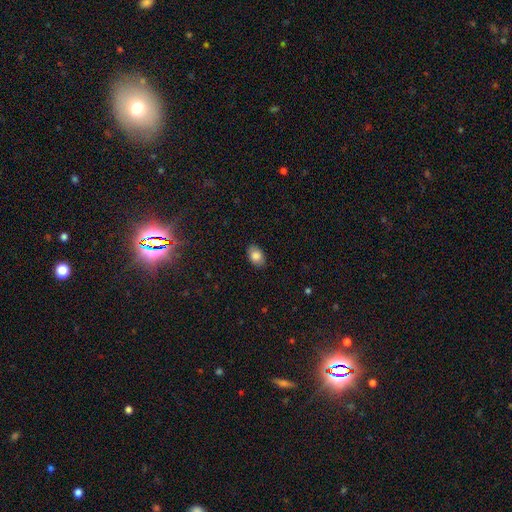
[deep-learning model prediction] This is clearly a smooth galaxy (84%). How rounded: clearly in between (86%). Merging: clearly none (86%).